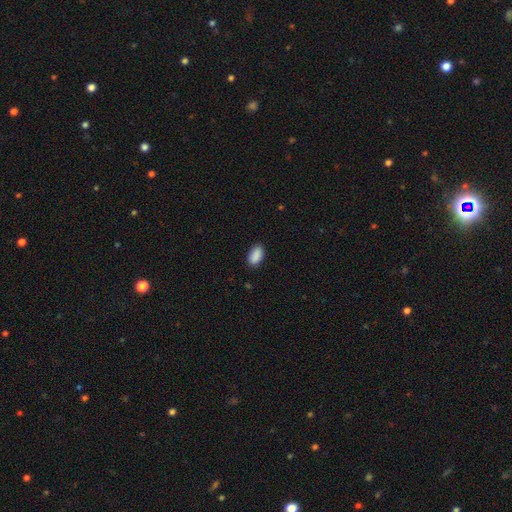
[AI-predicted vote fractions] Morphology: type=smooth (90%); roundness=in between (94%); merging=none (87%).